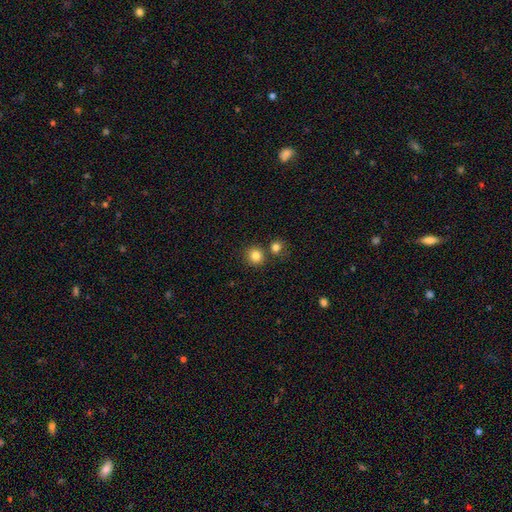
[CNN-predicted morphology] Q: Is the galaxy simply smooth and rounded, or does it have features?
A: smooth — 83%.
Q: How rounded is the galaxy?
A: round — 92%.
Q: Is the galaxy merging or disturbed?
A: none — 77%.